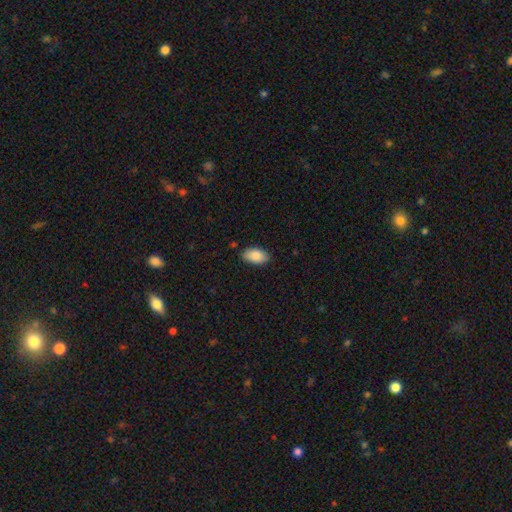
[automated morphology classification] type=smooth (88%); roundness=in between (94%); merging=none (83%).